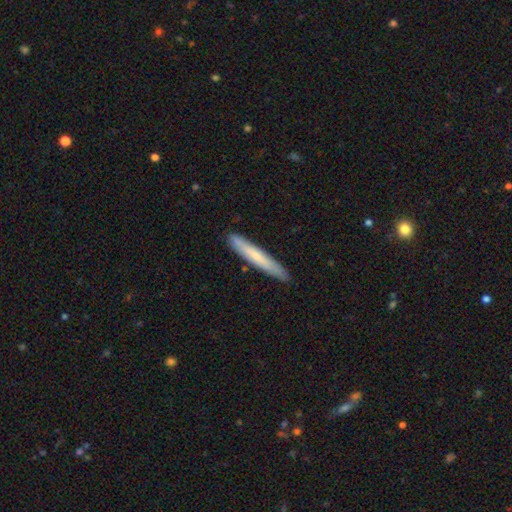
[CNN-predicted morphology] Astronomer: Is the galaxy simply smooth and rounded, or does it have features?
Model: smooth — 62%.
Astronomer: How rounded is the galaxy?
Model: cigar-shaped — 95%.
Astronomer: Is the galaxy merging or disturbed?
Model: none — 88%.